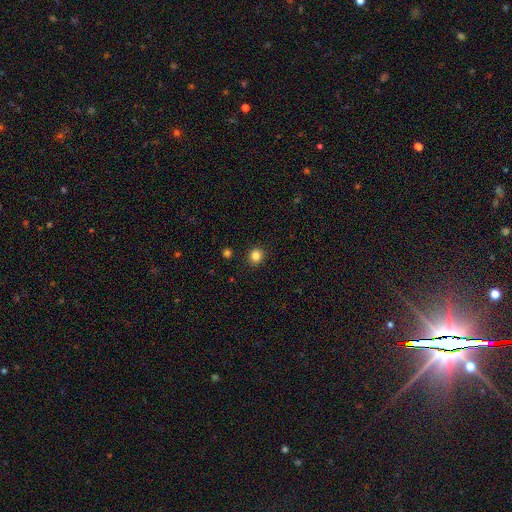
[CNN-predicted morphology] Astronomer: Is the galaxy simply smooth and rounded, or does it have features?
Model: smooth — 83%.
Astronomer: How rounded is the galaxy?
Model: round — 91%.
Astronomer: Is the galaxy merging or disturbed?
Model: none — 92%.